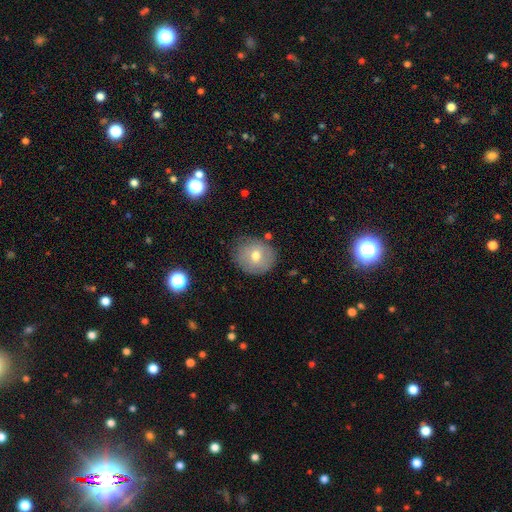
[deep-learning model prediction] This is likely a smooth galaxy (67%). How rounded: likely round (76%). Merging: likely none (77%).